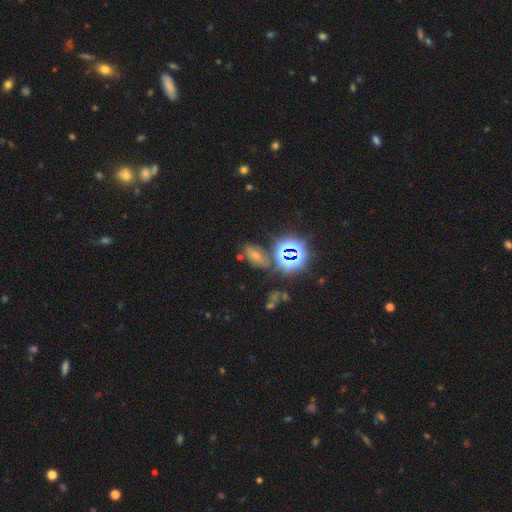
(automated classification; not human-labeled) This is possibly a smooth galaxy (48%). Merging: likely none (66%).